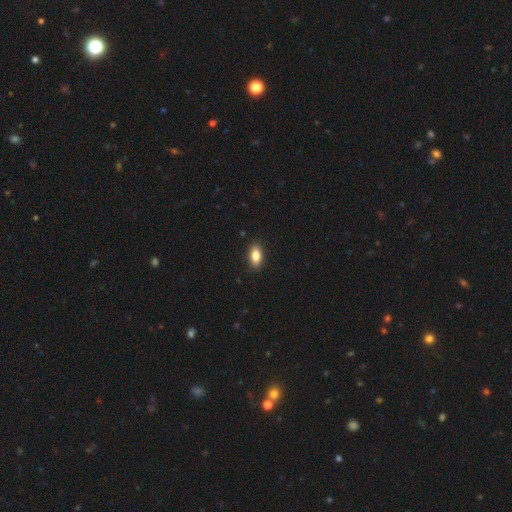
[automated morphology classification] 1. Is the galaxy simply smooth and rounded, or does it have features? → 85% smooth, 8% star or artifact, 8% featured or disk.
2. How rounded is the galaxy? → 89% in between, 6% round, 5% cigar-shaped.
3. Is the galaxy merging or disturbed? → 89% none, 8% minor disturbance, 2% major disturbance, 1% merger.